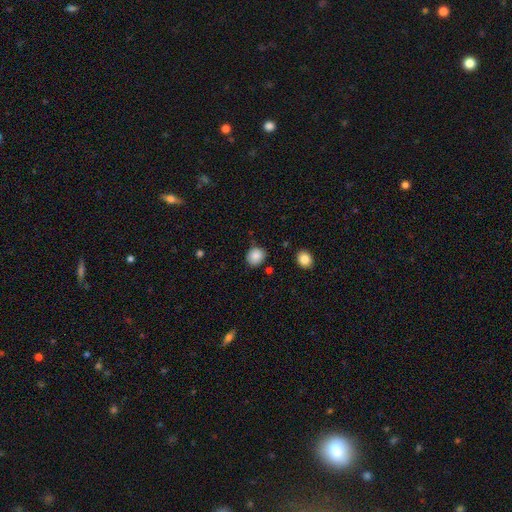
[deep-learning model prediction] Morphology: type=smooth (87%); roundness=round (76%); merging=none (79%).